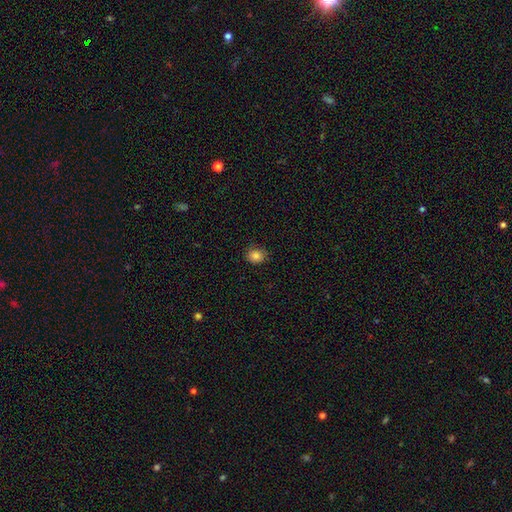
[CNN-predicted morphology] This is clearly a smooth galaxy (83%). How rounded: likely round (66%). Merging: clearly none (84%).